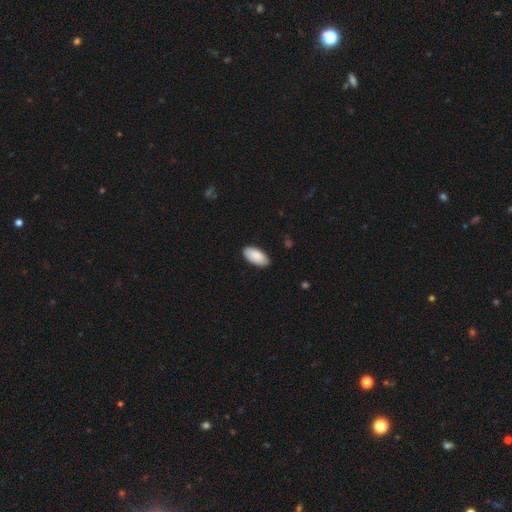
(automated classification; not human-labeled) smooth-or-featured: smooth: 89% | star or artifact: 6% | featured or disk: 5%
  how-rounded: in between: 95% | cigar-shaped: 3% | round: 2%
  merging: none: 86% | minor disturbance: 11% | major disturbance: 2% | merger: 1%